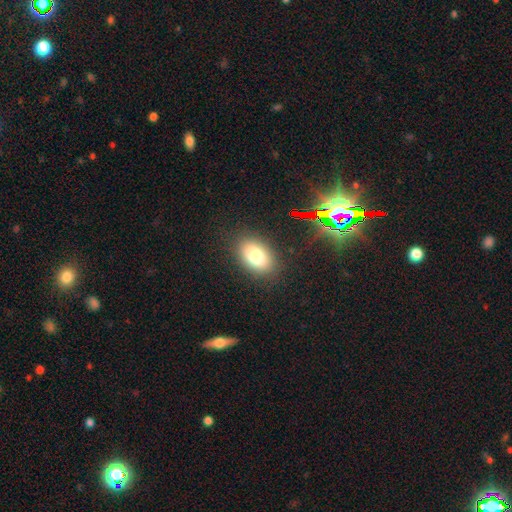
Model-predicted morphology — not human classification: smooth 78%, star or artifact 11%, featured or disk 10%. Down the decision tree: how rounded — in between (85%); merging — none (86%).